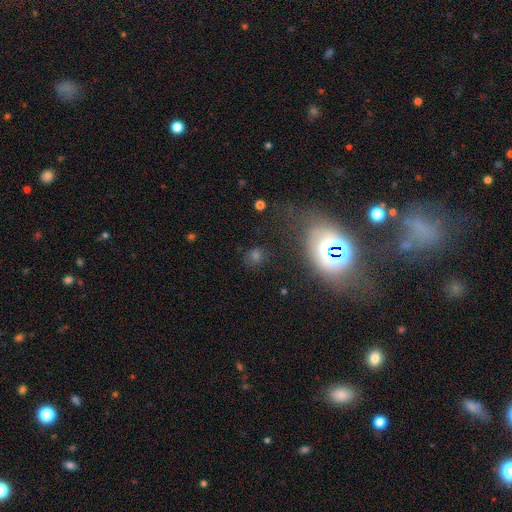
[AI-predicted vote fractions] This appears to be a smooth galaxy with no disk features (52%) that is round (73%). Merging: none (75%).